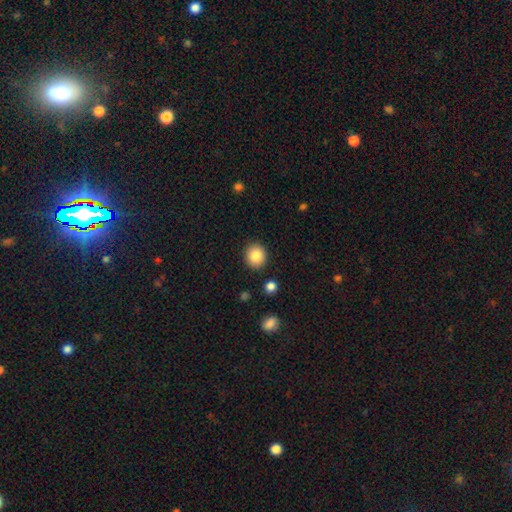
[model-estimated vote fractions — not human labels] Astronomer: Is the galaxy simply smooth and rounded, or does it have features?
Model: smooth — 85%.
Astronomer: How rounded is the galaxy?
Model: round — 81%.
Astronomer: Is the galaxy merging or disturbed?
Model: none — 90%.